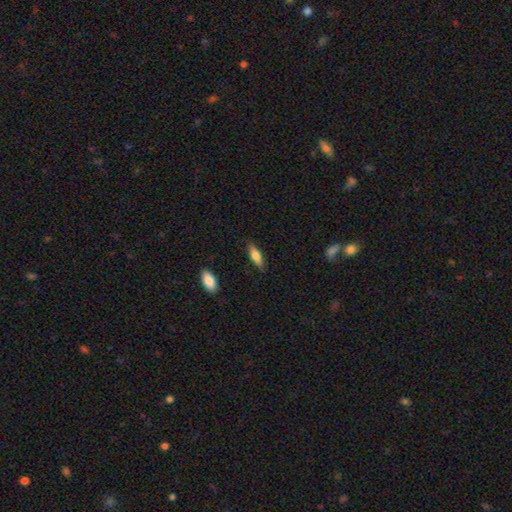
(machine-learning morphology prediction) This is likely a smooth galaxy (71%). How rounded: possibly in between (50%). Merging: clearly none (85%).